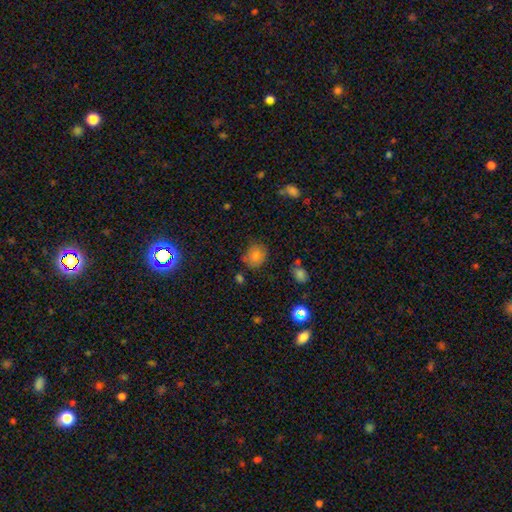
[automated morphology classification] A smooth galaxy with no disk features (67%) that is round (75%).

Vote fractions:
- Smooth or featured? smooth: 67% / star or artifact: 19% / featured or disk: 14%
- How rounded? round: 75% / in between: 24% / cigar-shaped: 1%
- Merging? none: 74% / minor disturbance: 18% / major disturbance: 4% / merger: 3%